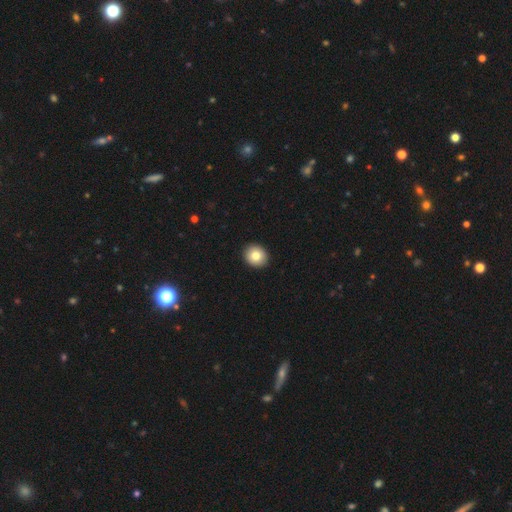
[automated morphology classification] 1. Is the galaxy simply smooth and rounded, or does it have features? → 82% smooth, 9% featured or disk, 8% star or artifact.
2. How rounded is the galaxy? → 77% round, 22% in between, 1% cigar-shaped.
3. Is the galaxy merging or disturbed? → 93% none, 5% minor disturbance, 1% major disturbance, 1% merger.